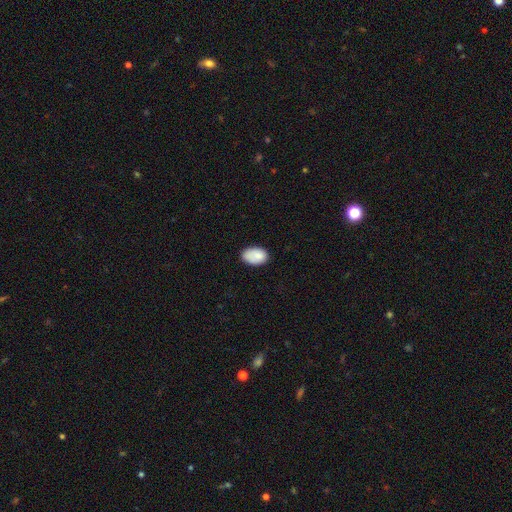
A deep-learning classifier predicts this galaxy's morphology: smooth_or_featured: smooth (p=0.83) [alt: featured or disk p=0.09]
how_rounded: in between (p=0.90) [alt: round p=0.08]
merging: none (p=0.67) [alt: minor disturbance p=0.25]